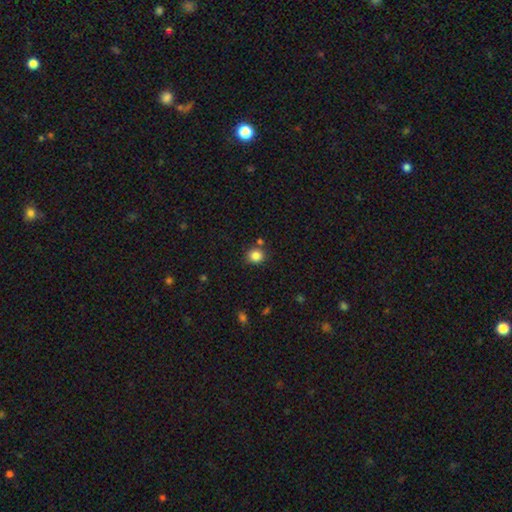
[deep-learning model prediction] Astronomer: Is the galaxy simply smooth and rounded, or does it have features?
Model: smooth — 85%.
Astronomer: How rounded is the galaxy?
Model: round — 84%.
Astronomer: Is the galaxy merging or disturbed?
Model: none — 81%.